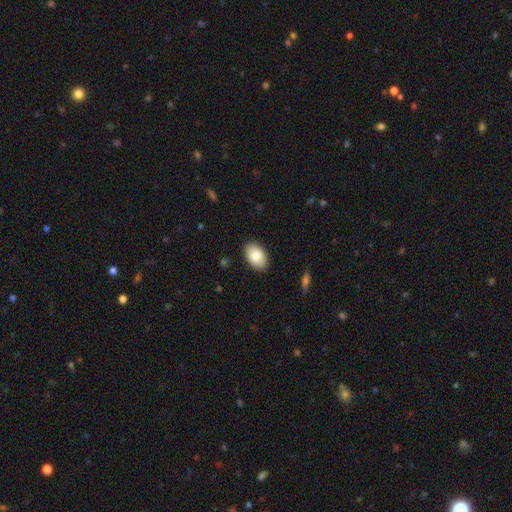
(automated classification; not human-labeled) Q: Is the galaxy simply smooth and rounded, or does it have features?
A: smooth — 85%.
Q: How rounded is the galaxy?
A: in between — 92%.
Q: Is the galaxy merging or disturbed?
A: none — 88%.